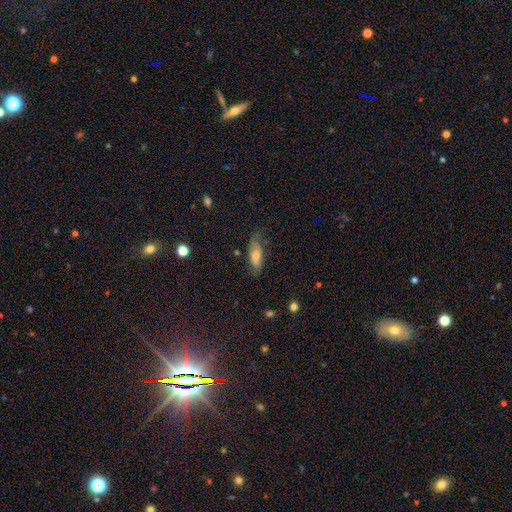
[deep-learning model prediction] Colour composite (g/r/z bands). It shows a smooth galaxy with no disk features (57%) that is in between round and cigar-shaped (70%). Merging: none (59%).